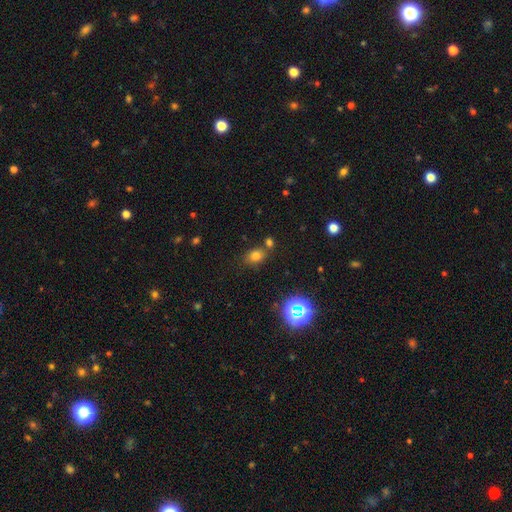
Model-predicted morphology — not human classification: A smooth galaxy with no disk features (73%) that is in between round and cigar-shaped (63%).

Vote fractions:
- Smooth or featured? smooth: 73% / star or artifact: 19% / featured or disk: 8%
- How rounded? in between: 63% / round: 36% / cigar-shaped: 1%
- Merging? none: 67% / merger: 16% / minor disturbance: 13% / major disturbance: 4%